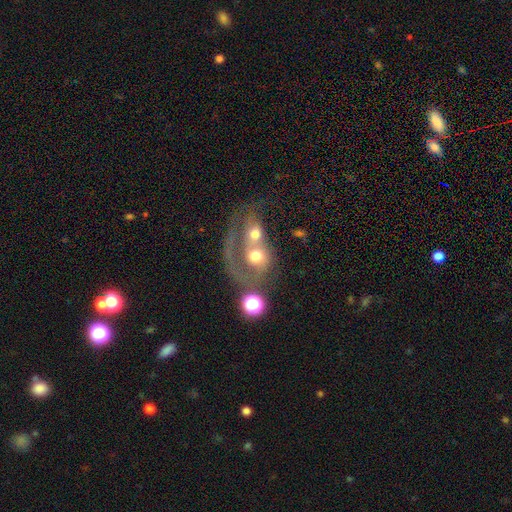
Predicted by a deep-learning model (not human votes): Smooth or featured?
  - featured or disk: 55% *
  - smooth: 34%
  - star or artifact: 11%
Edge-on disk?
  - no: 96% *
  - yes: 4%
Bar?
  - no: 80% *
  - weak: 16%
  - strong: 4%
Spiral arms?
  - yes: 61% *
  - no: 39%
Bulge size?
  - moderate: 60% *
  - large: 20%
  - small: 12%
  - none: 5%
  - dominant: 4%
Merging?
  - merger: 72% *
  - major disturbance: 12%
  - none: 11%
  - minor disturbance: 5%